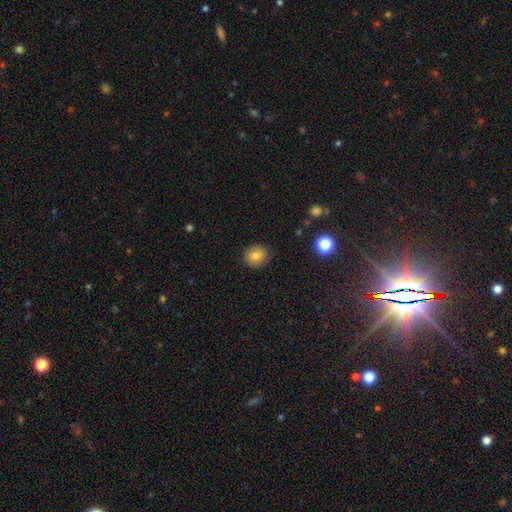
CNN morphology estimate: smooth 80%, star or artifact 11%, featured or disk 9%. Down the decision tree: how rounded — round (83%); merging — none (88%).